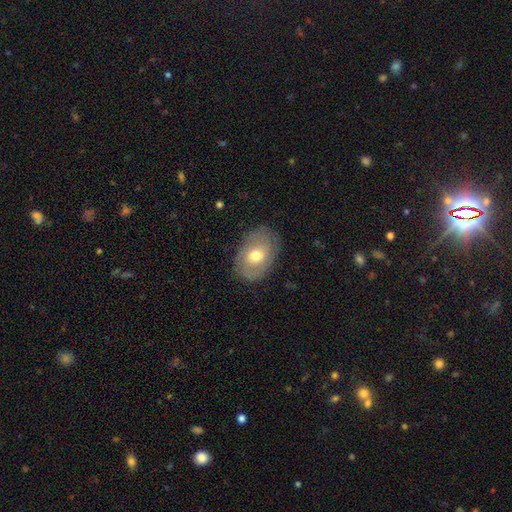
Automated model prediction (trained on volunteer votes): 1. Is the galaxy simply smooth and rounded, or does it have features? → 52% smooth, 41% featured or disk, 7% star or artifact.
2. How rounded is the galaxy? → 78% in between, 21% round, 1% cigar-shaped.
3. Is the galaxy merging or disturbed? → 78% none, 16% minor disturbance, 5% major disturbance, 1% merger.